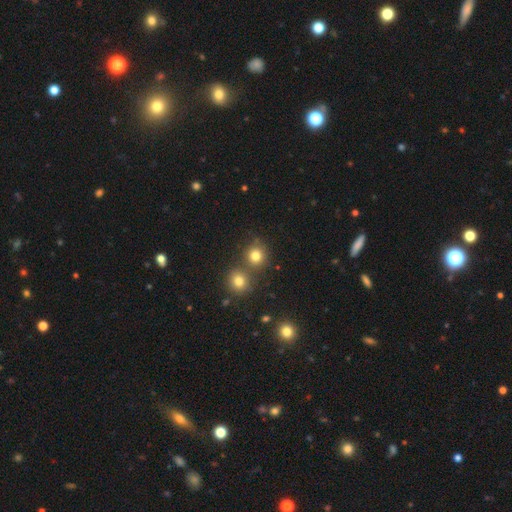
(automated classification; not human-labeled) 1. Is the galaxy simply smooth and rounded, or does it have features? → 78% smooth, 15% star or artifact, 7% featured or disk.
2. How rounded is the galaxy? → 89% round, 10% in between, 1% cigar-shaped.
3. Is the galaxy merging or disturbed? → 65% none, 25% merger, 7% minor disturbance, 3% major disturbance.